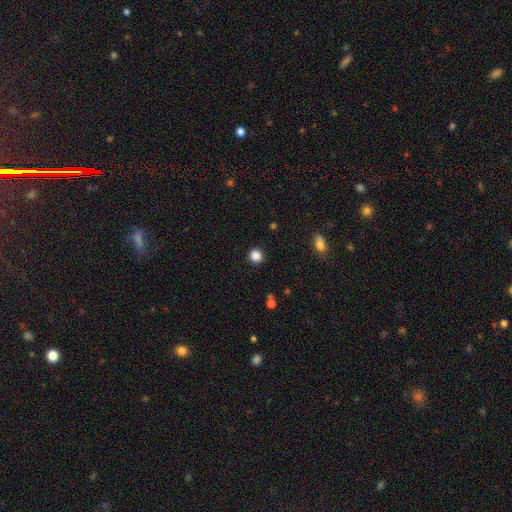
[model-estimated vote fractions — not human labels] smooth_or_featured: smooth (p=0.86) [alt: star or artifact p=0.11]
how_rounded: round (p=0.91) [alt: in between p=0.08]
merging: none (p=0.91) [alt: minor disturbance p=0.05]